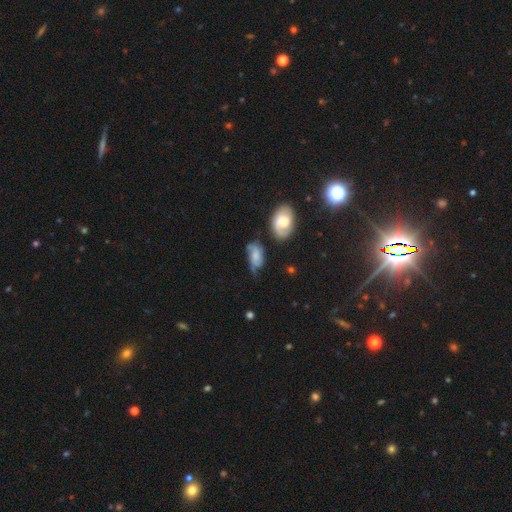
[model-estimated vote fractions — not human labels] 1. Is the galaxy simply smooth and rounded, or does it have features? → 47% featured or disk, 43% smooth, 10% star or artifact.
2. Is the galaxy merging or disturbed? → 40% none, 32% minor disturbance, 19% major disturbance, 8% merger.